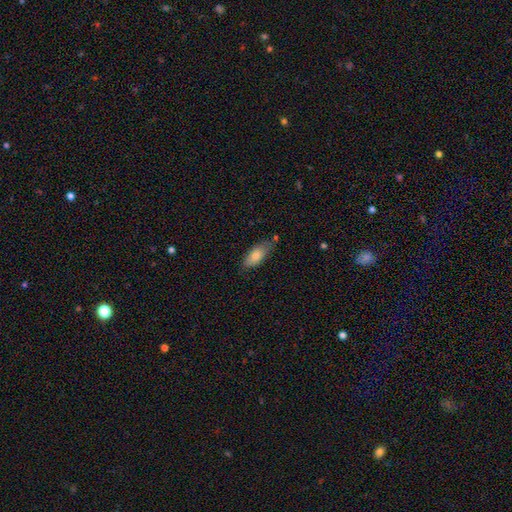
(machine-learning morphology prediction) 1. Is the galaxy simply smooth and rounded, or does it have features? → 78% smooth, 16% featured or disk, 7% star or artifact.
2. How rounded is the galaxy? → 84% in between, 13% cigar-shaped, 3% round.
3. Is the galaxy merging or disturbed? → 62% none, 27% minor disturbance, 6% merger, 5% major disturbance.